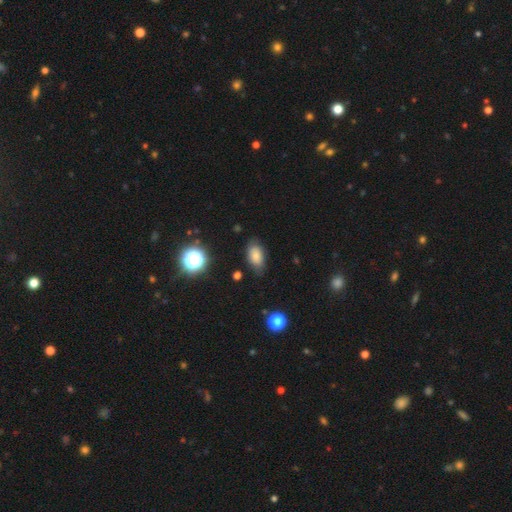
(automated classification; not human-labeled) Smooth or featured?
  - smooth: 77% *
  - featured or disk: 12%
  - star or artifact: 11%
How rounded?
  - in between: 90% *
  - round: 7%
  - cigar-shaped: 3%
Merging?
  - none: 75% *
  - minor disturbance: 19%
  - major disturbance: 4%
  - merger: 2%